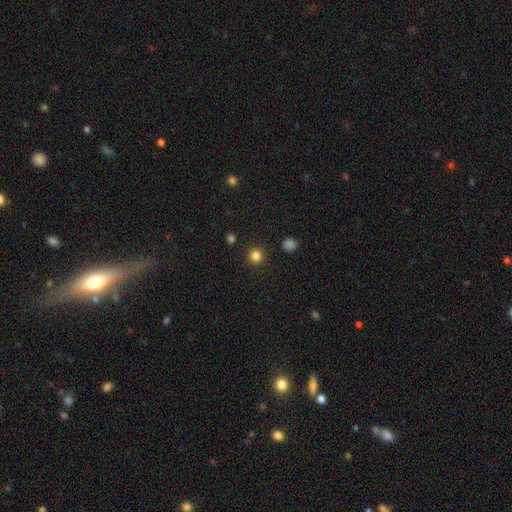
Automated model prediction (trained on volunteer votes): A smooth galaxy with no disk features (83%) that is round (93%).

Vote fractions:
- Smooth or featured? smooth: 83% / star or artifact: 13% / featured or disk: 4%
- How rounded? round: 93% / in between: 6% / cigar-shaped: 1%
- Merging? none: 91% / minor disturbance: 5% / major disturbance: 2% / merger: 1%